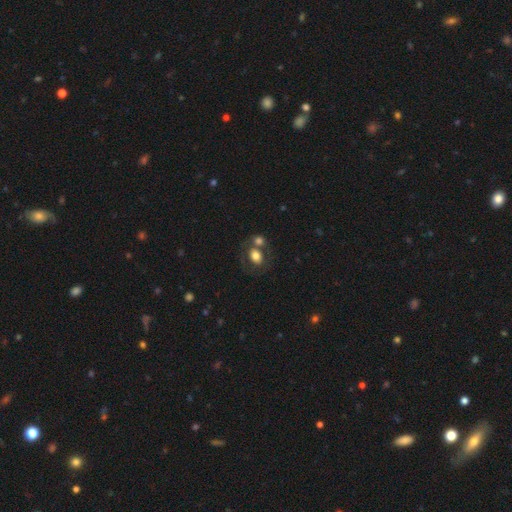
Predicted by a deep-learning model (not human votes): smooth 73%, featured or disk 17%, star or artifact 10%. Down the decision tree: how rounded — in between (54%); merging — none (46%).